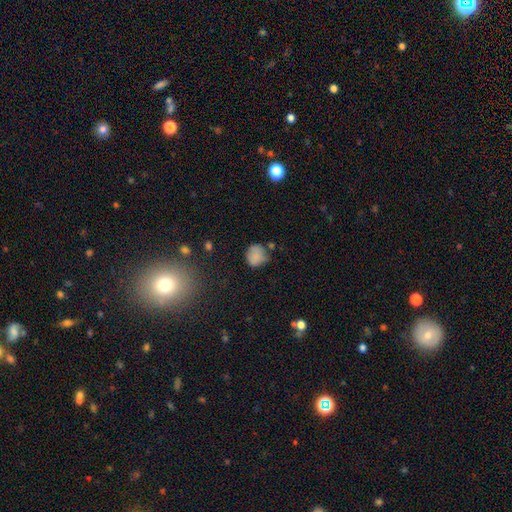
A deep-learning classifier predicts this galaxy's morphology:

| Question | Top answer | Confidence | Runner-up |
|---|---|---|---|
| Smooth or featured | smooth | 79% | star or artifact (11%) |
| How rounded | round | 76% | in between (23%) |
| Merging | none | 56% | minor disturbance (29%) |